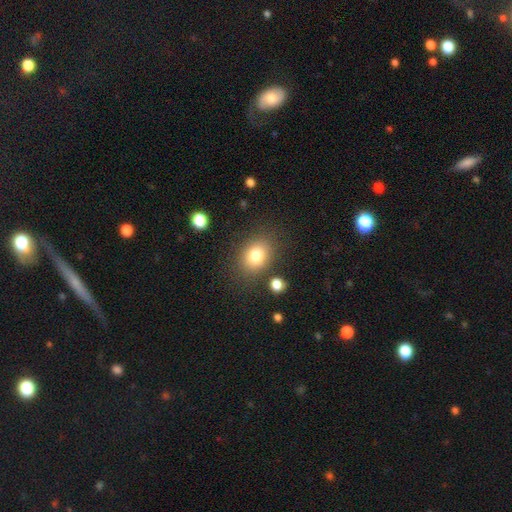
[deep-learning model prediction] This appears to be a smooth galaxy with no disk features (79%) that is in between round and cigar-shaped (55%). Merging: none (80%).